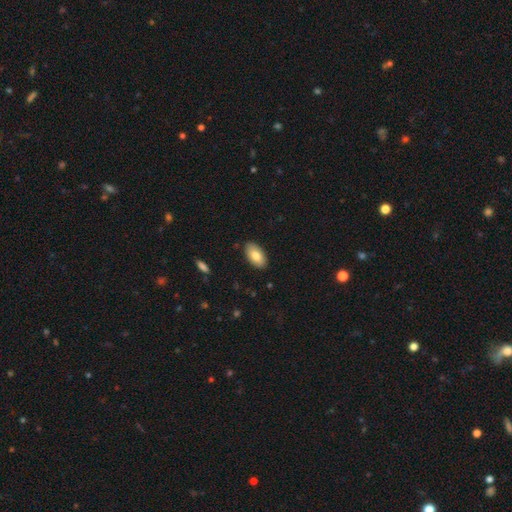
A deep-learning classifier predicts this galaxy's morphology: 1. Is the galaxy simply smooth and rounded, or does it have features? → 80% smooth, 14% featured or disk, 6% star or artifact.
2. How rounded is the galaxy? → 95% in between, 3% round, 2% cigar-shaped.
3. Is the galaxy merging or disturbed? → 87% none, 10% minor disturbance, 2% major disturbance, 1% merger.